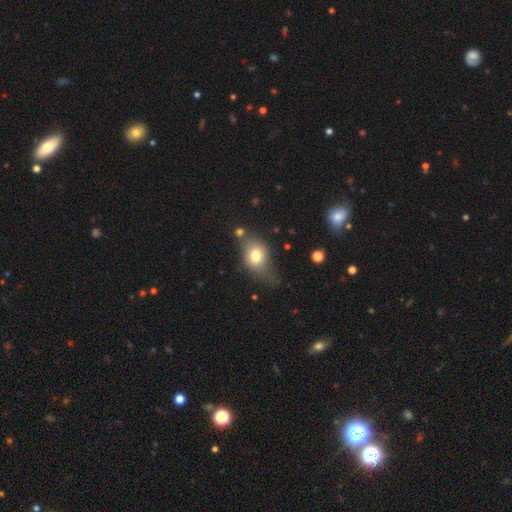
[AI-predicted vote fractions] Smooth or featured: smooth — 73% (featured or disk — 17%)
How rounded: in between — 71% (round — 26%)
Merging: none — 43% (minor disturbance — 30%)